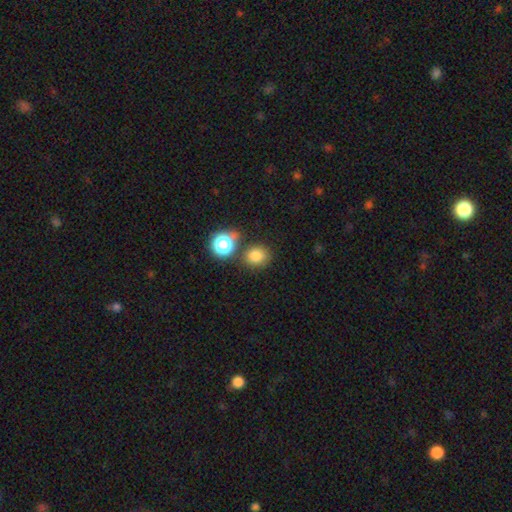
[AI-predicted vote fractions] A smooth galaxy with no disk features (79%) that is round (82%). Merging: none (75%).